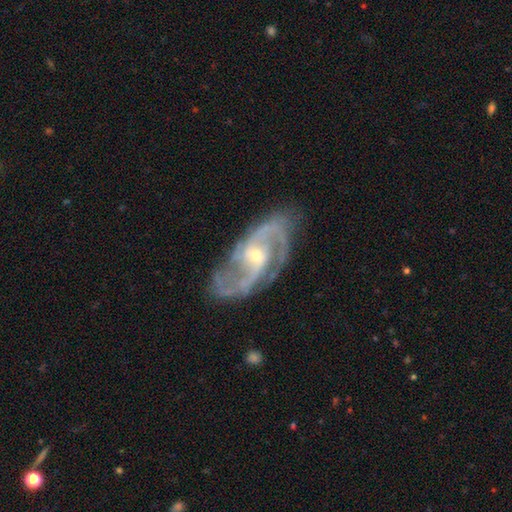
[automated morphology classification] A featured or disk galaxy (91%) with no bar (49%), 2 (75%) medium (56%) spiral arms (97%) and a small central bulge (55%). Merging: none (76%).